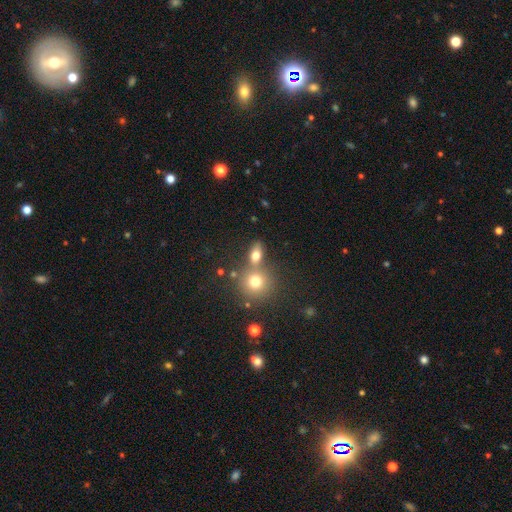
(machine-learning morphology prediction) This appears to be a smooth galaxy with no disk features (73%) that is in between round and cigar-shaped (58%). Merging: none (56%).